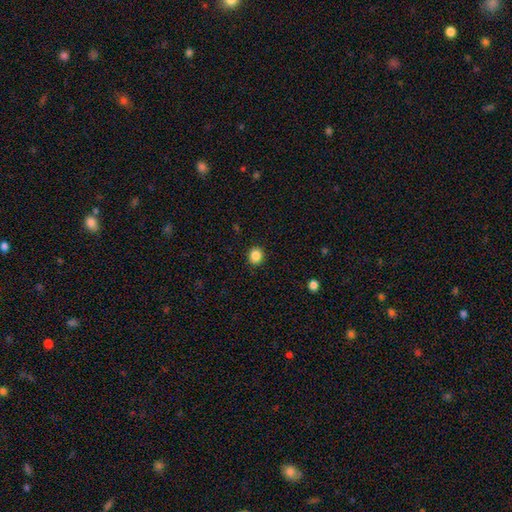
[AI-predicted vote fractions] Smooth or featured? smooth (86%)
How rounded? round (84%)
Merging? none (91%)